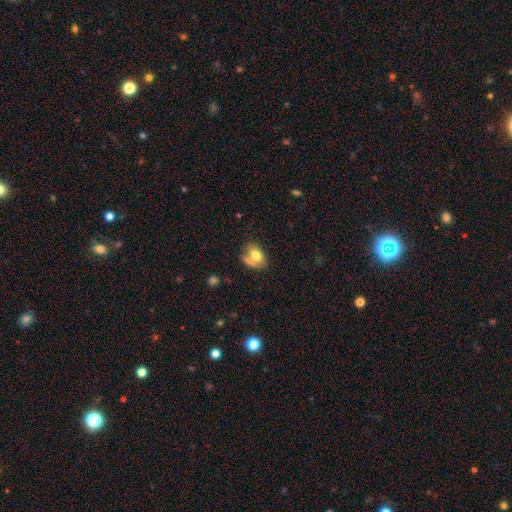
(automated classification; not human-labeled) smooth 73%, featured or disk 19%, star or artifact 8%. Down the decision tree: how rounded — in between (83%); merging — none (41%).